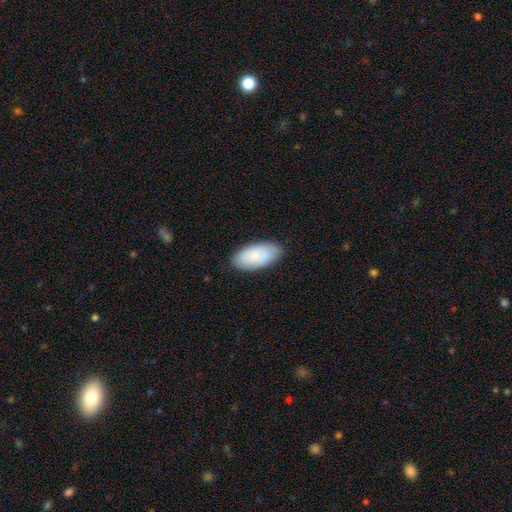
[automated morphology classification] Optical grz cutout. It shows a smooth galaxy with no disk features (83%) that is in between round and cigar-shaped (95%). Merging: none (84%).